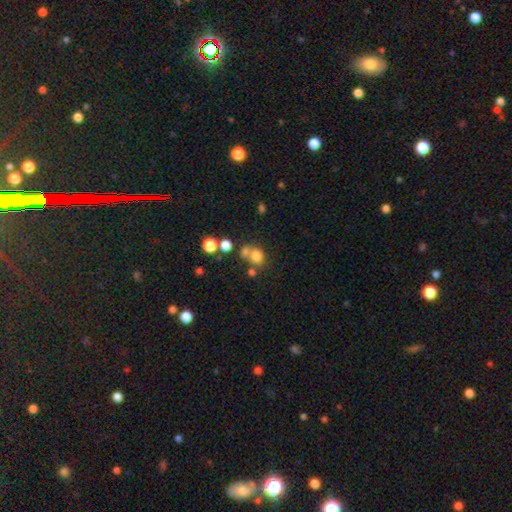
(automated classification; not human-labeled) Q: Smooth or featured?
A: smooth (74%); runner-up: star or artifact (15%)
Q: How rounded?
A: round (74%); runner-up: in between (25%)
Q: Merging?
A: none (50%); runner-up: merger (34%)